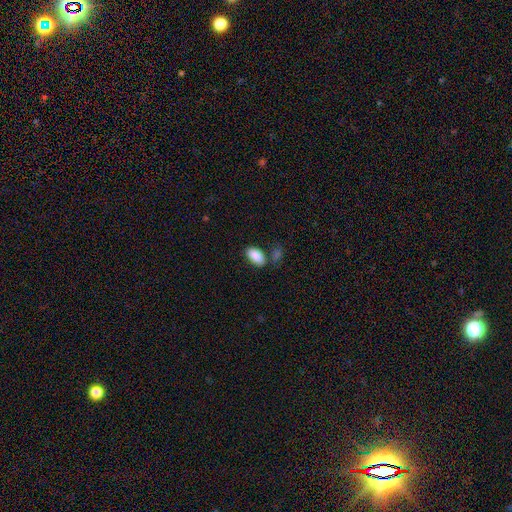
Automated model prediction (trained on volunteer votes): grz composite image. It shows a smooth galaxy with no disk features (89%) that is in between round and cigar-shaped (94%). Merging: none (71%).